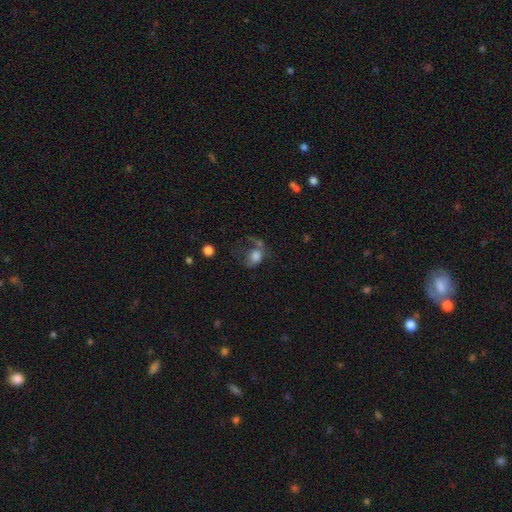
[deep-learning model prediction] This is likely a smooth galaxy (69%). How rounded: possibly in between (50%). Merging: marginally major disturbance (39%).